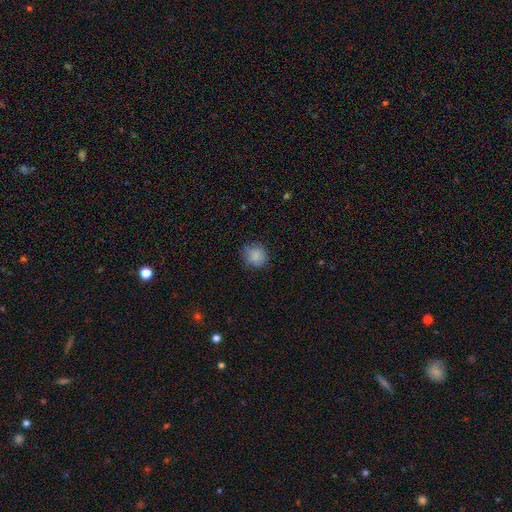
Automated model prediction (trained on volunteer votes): smooth 87%, star or artifact 9%, featured or disk 4%. Down the decision tree: how rounded — round (83%); merging — none (82%).